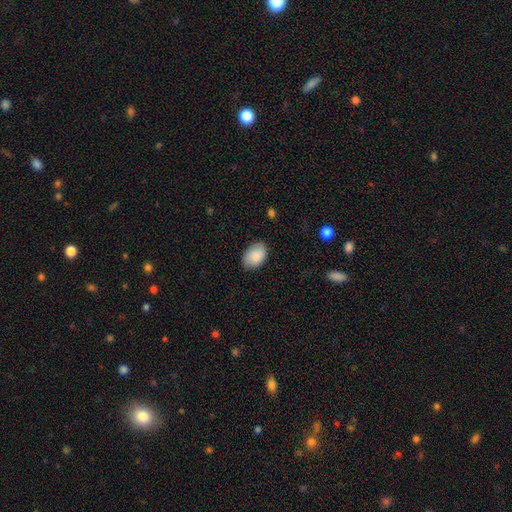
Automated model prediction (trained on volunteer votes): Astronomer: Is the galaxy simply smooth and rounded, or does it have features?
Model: smooth — 87%.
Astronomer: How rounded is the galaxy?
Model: in between — 89%.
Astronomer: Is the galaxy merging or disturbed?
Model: none — 83%.